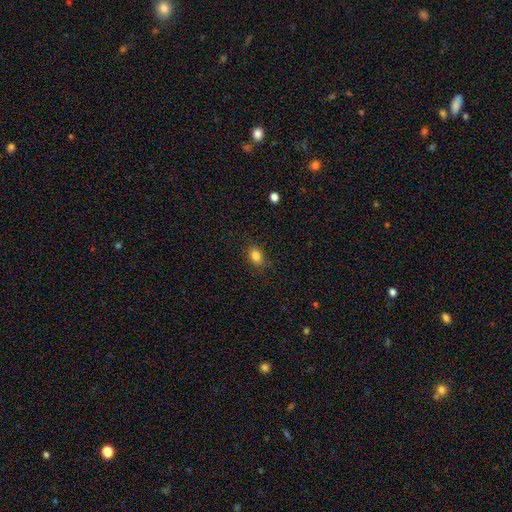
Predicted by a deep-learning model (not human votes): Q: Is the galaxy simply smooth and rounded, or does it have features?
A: smooth — 84%.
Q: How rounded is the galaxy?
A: in between — 61%.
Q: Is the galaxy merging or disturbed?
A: none — 82%.